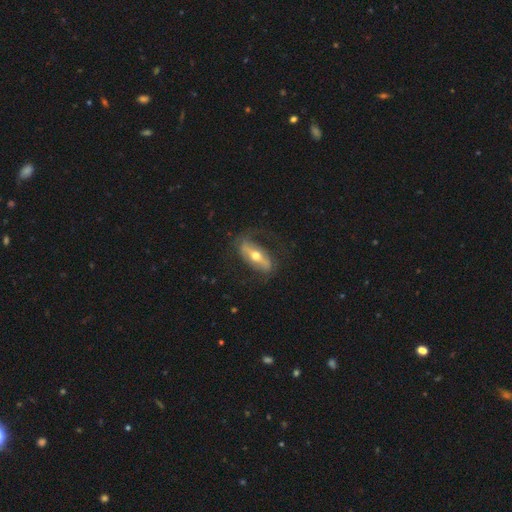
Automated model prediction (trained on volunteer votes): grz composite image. It shows a featured or disk galaxy (70%) with a strong bar (56%), spiral arms (69%) and a moderate central bulge (71%). Merging: none (69%).